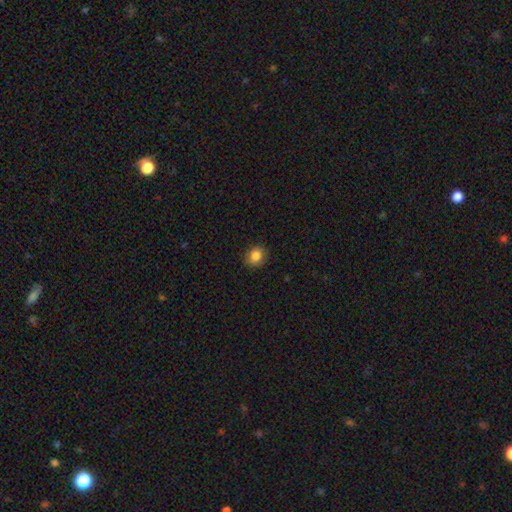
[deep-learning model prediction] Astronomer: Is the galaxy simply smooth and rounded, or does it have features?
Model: smooth — 85%.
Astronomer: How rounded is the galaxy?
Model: round — 70%.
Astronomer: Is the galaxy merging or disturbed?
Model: none — 89%.